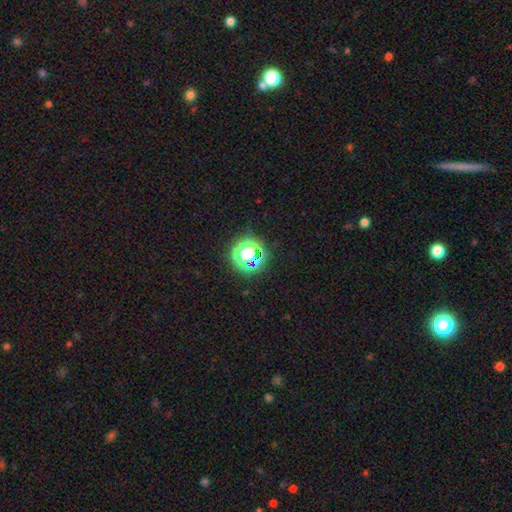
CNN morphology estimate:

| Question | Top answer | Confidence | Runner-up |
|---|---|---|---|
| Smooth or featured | star or artifact | 65% | smooth (27%) |